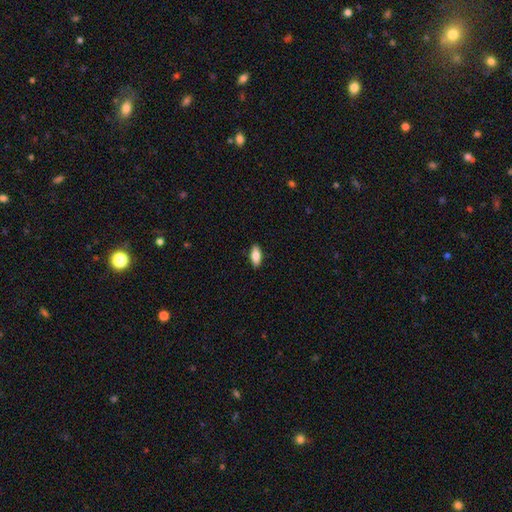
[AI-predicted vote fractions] A smooth galaxy with no disk features (80%) that is in between round and cigar-shaped (85%).

Vote fractions:
- Smooth or featured? smooth: 80% / featured or disk: 14% / star or artifact: 6%
- How rounded? in between: 85% / cigar-shaped: 12% / round: 2%
- Merging? none: 89% / minor disturbance: 8% / major disturbance: 2% / merger: 1%